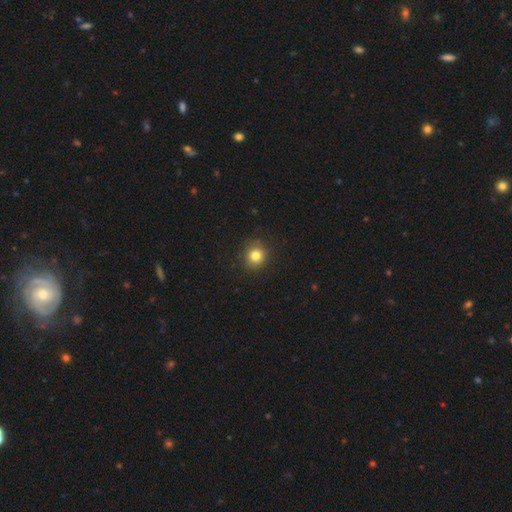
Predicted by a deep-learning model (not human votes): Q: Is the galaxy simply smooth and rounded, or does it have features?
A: smooth — 81%.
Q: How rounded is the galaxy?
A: round — 89%.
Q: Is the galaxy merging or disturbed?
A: none — 88%.